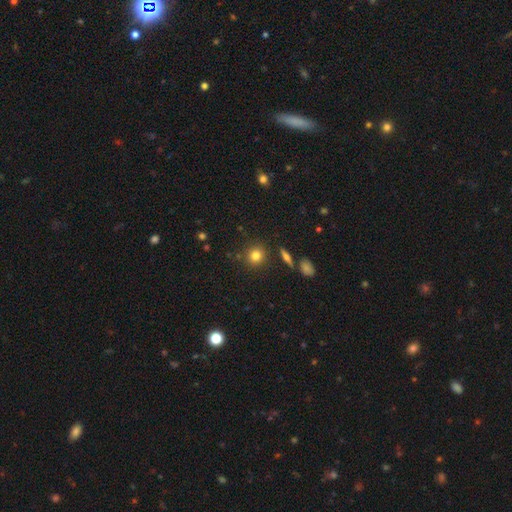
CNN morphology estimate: smooth 79%, star or artifact 12%, featured or disk 8%. Down the decision tree: how rounded — round (89%); merging — none (86%).